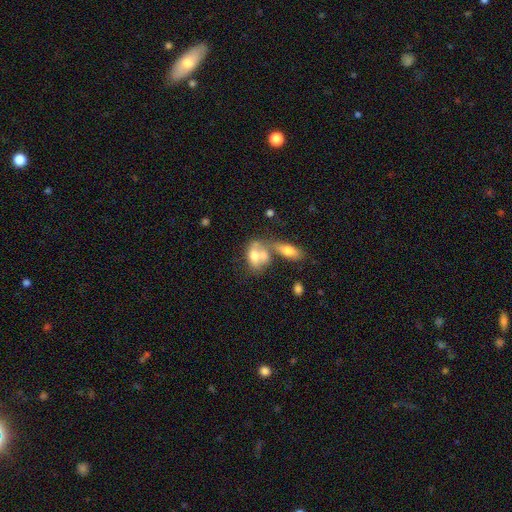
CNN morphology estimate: type=smooth (65%); roundness=in between (83%); merging=merger (60%).